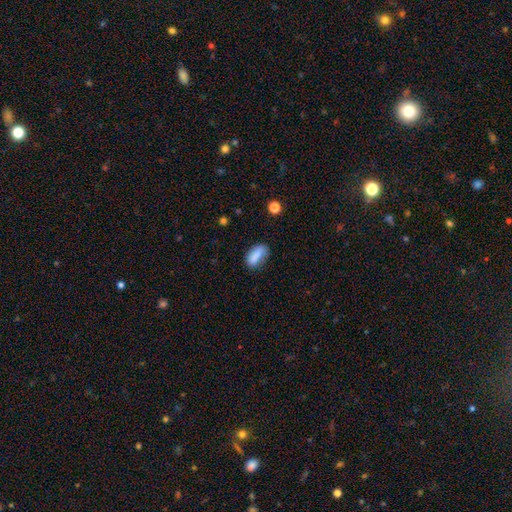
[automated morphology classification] The model was most divided on "merging": none: 64%, minor disturbance: 24%, major disturbance: 7%, merger: 4%. More confident: how rounded — in between (83%); smooth or featured — smooth (82%).